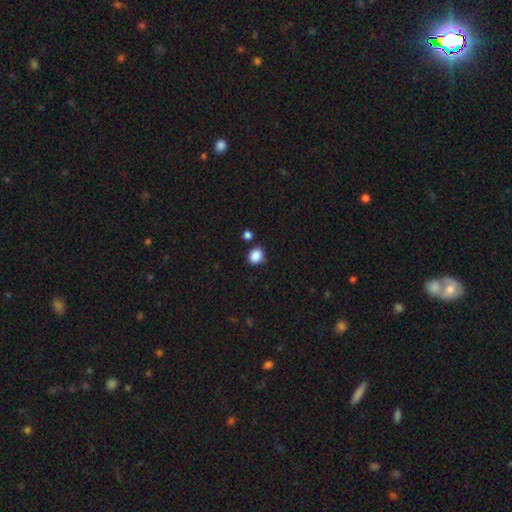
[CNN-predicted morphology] Overall: smooth (87%). How rounded: round (62%; in between 37%). Merging: none (78%).